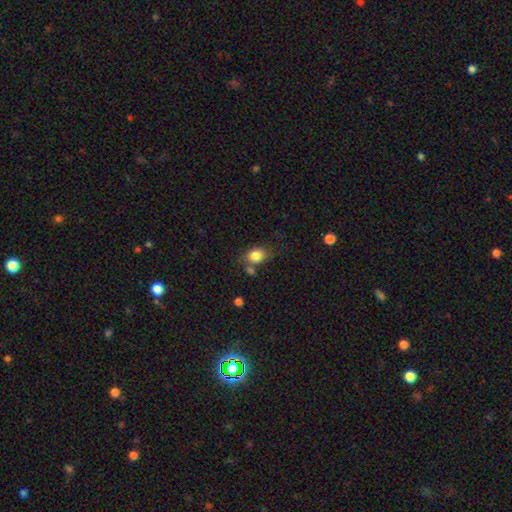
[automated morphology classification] This appears to be a smooth galaxy with no disk features (84%) that is in between round and cigar-shaped (56%). Merging: none (61%).